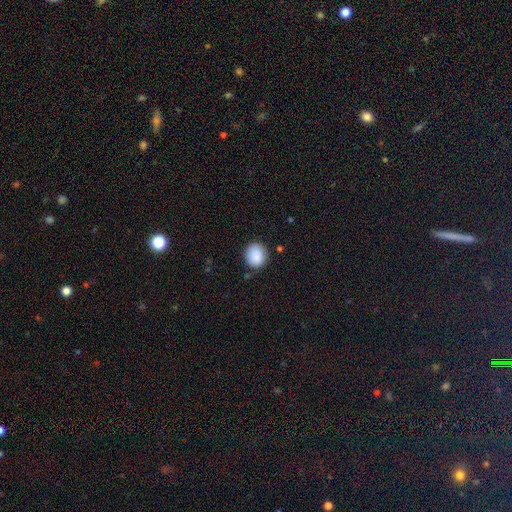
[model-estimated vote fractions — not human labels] Morphology: type=smooth (89%); roundness=round (75%); merging=none (85%).